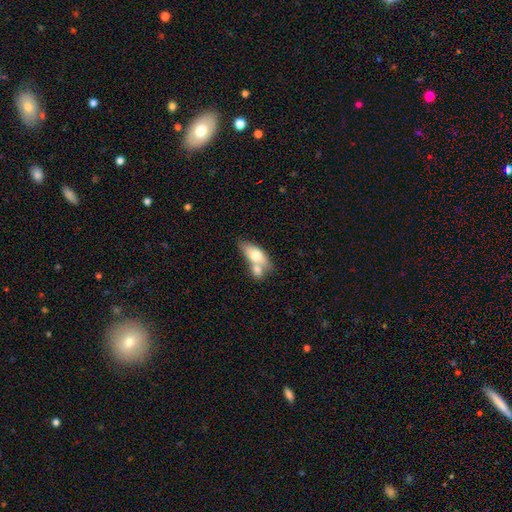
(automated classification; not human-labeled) Smooth or featured: smooth — 68% (featured or disk — 26%)
How rounded: in between — 80% (cigar-shaped — 14%)
Merging: merger — 58% (none — 27%)